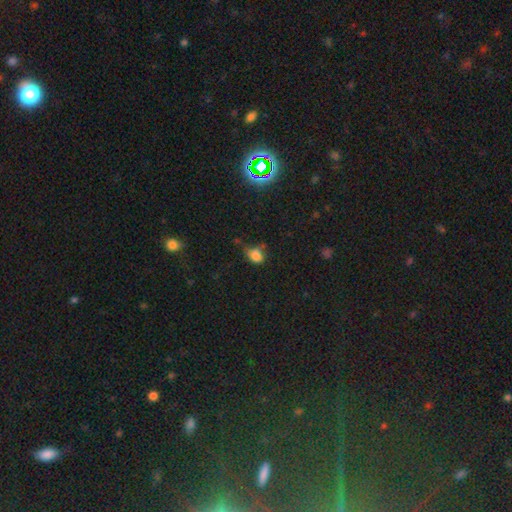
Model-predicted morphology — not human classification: Q: Smooth or featured?
A: smooth (78%); runner-up: star or artifact (14%)
Q: How rounded?
A: in between (63%); runner-up: round (35%)
Q: Merging?
A: none (44%); runner-up: minor disturbance (34%)